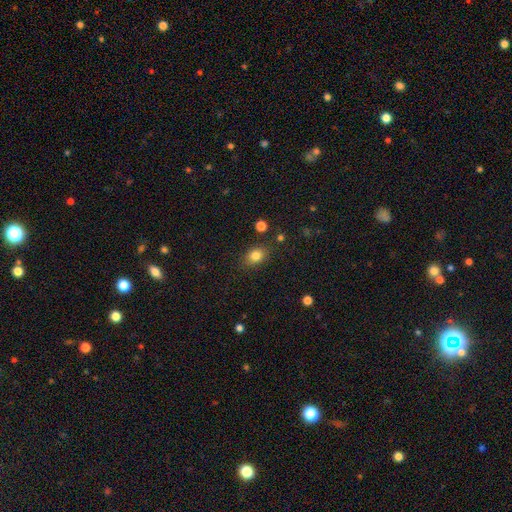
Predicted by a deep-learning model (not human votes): Overall: smooth (81%). How rounded: in between (62%; round 36%). Merging: none (82%).